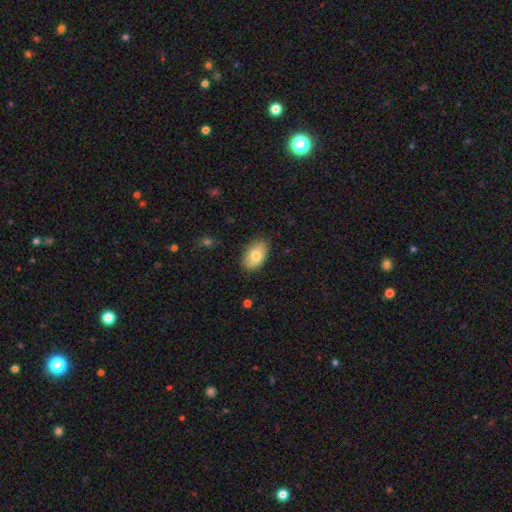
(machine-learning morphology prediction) smooth_or_featured: smooth (p=0.79) [alt: featured or disk p=0.14]
how_rounded: in between (p=0.92) [alt: round p=0.07]
merging: none (p=0.85) [alt: minor disturbance p=0.12]